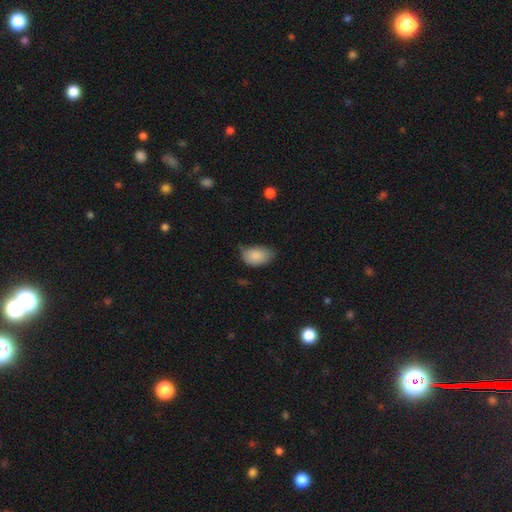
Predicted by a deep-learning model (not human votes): A smooth galaxy with no disk features (85%) that is in between round and cigar-shaped (88%).

Vote fractions:
- Smooth or featured? smooth: 85% / star or artifact: 8% / featured or disk: 7%
- How rounded? in between: 88% / round: 11% / cigar-shaped: 1%
- Merging? none: 49% / minor disturbance: 41% / major disturbance: 8% / merger: 2%